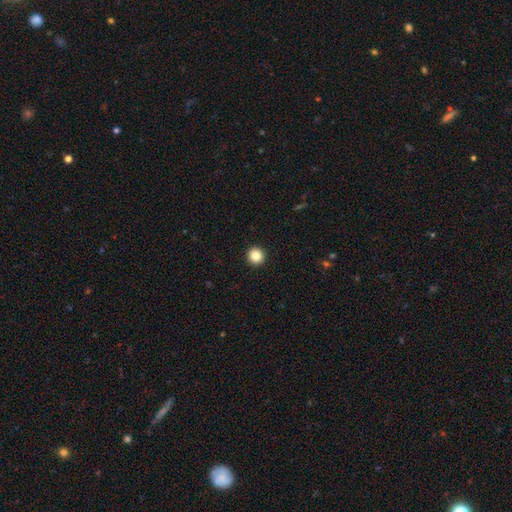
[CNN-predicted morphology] Q: Smooth or featured?
A: smooth (86%); runner-up: star or artifact (10%)
Q: How rounded?
A: round (96%); runner-up: in between (3%)
Q: Merging?
A: none (94%); runner-up: minor disturbance (4%)